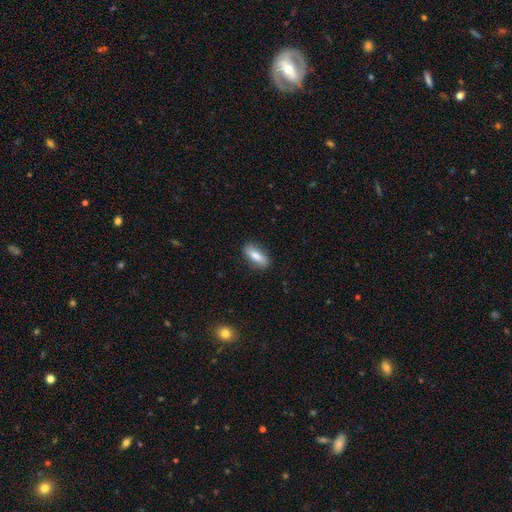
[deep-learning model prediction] A smooth galaxy with no disk features (77%) that is in between round and cigar-shaped (71%).

Vote fractions:
- Smooth or featured? smooth: 77% / featured or disk: 16% / star or artifact: 7%
- How rounded? in between: 71% / cigar-shaped: 26% / round: 3%
- Merging? none: 84% / minor disturbance: 12% / major disturbance: 3% / merger: 1%